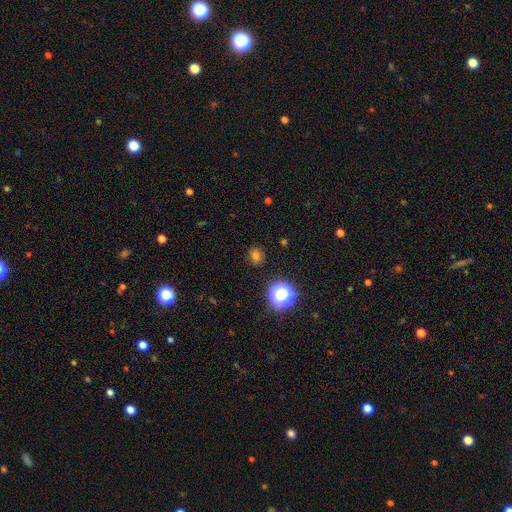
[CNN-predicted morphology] This is likely a smooth galaxy (70%). How rounded: clearly round (81%). Merging: clearly none (88%).